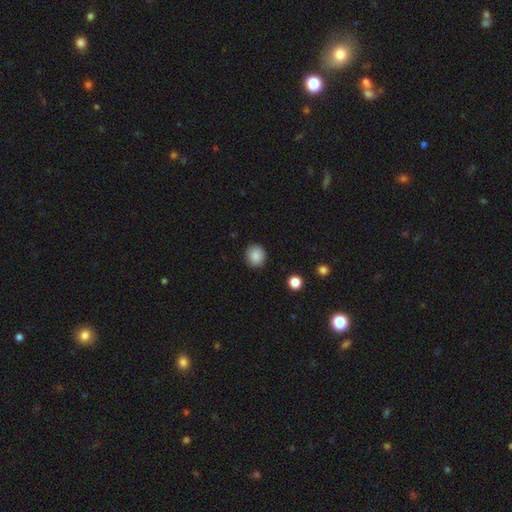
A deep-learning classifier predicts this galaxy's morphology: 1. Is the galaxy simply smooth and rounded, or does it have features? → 88% smooth, 9% star or artifact, 4% featured or disk.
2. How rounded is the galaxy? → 84% round, 15% in between, 1% cigar-shaped.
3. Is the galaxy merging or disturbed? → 91% none, 6% minor disturbance, 2% major disturbance, 1% merger.